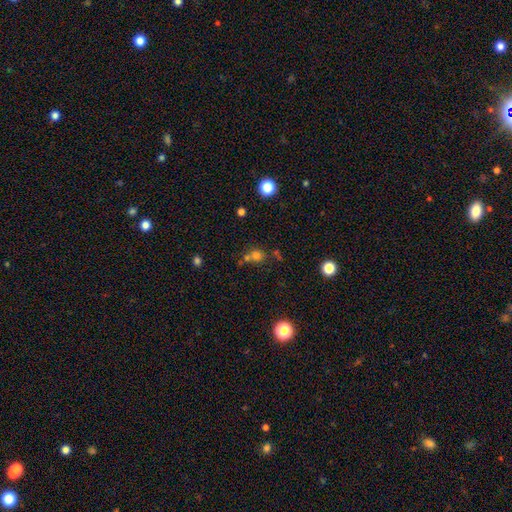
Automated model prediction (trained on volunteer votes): A smooth galaxy with no disk features (67%) that is round (84%).

Vote fractions:
- Smooth or featured? smooth: 67% / star or artifact: 24% / featured or disk: 9%
- How rounded? round: 84% / in between: 15% / cigar-shaped: 1%
- Merging? none: 55% / merger: 32% / minor disturbance: 9% / major disturbance: 4%